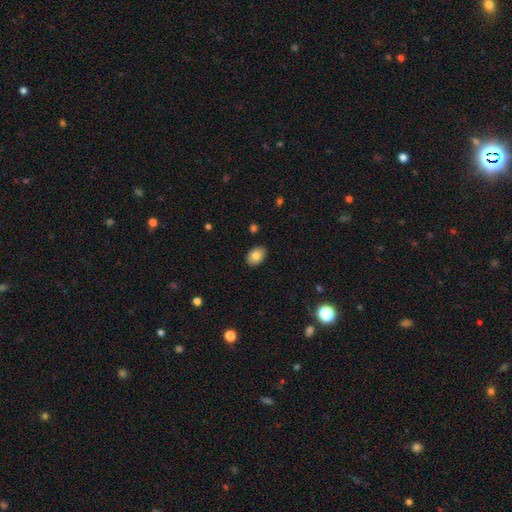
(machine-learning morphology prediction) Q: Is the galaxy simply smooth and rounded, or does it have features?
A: smooth — 84%.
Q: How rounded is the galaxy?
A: in between — 84%.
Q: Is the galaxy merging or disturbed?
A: none — 89%.